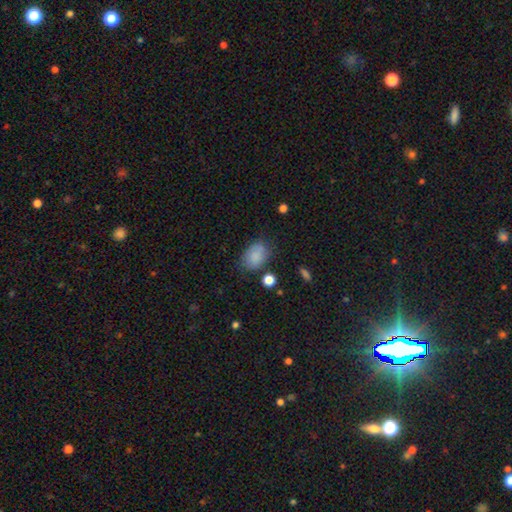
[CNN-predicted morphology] A smooth galaxy with no disk features (84%) that is in between round and cigar-shaped (82%). Merging: none (69%).